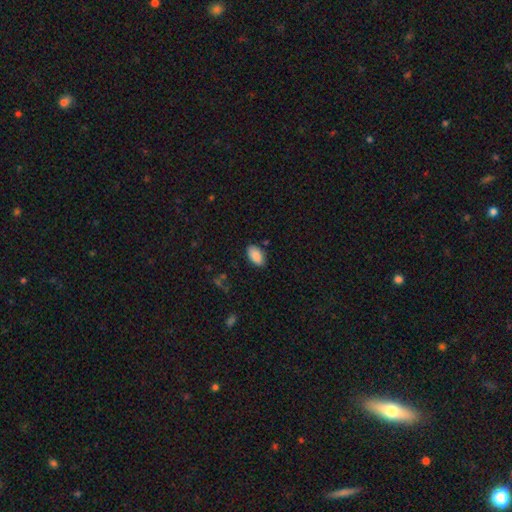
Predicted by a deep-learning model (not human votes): Q: Smooth or featured?
A: smooth (89%); runner-up: star or artifact (7%)
Q: How rounded?
A: in between (94%); runner-up: round (4%)
Q: Merging?
A: none (84%); runner-up: minor disturbance (12%)